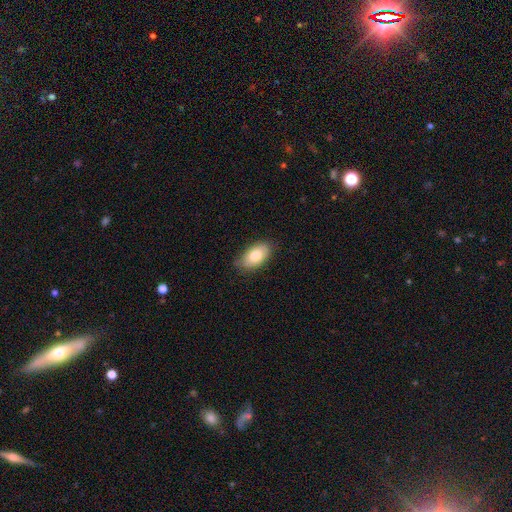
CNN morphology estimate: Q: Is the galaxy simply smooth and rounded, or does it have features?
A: smooth — 79%.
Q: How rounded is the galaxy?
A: in between — 93%.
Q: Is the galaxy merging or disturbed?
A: none — 80%.